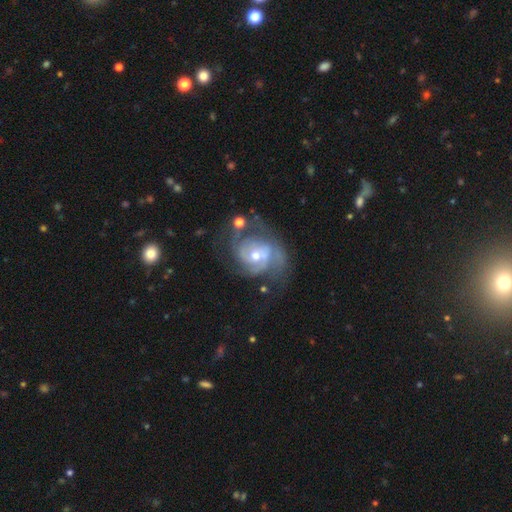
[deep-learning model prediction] smooth_or_featured: featured or disk (p=0.84) [alt: smooth p=0.10]
disk_edge_on: no (p=0.97) [alt: yes p=0.03]
bar: no (p=0.62) [alt: weak p=0.30]
has_spiral_arms: yes (p=0.90) [alt: no p=0.10]
spiral_winding: tight (p=0.47) [alt: medium p=0.39]
spiral_arm_count: 2 (p=0.39) [alt: can't tell p=0.26]
bulge_size: moderate (p=0.61) [alt: small p=0.34]
merging: none (p=0.44) [alt: major disturbance p=0.26]